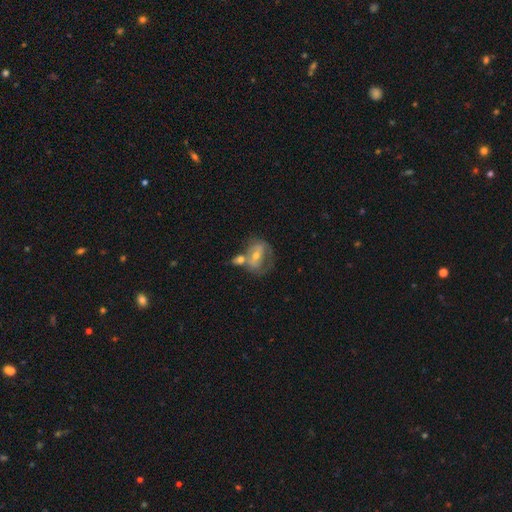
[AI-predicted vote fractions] This is possibly a featured or disk galaxy (56%). It is clearly not viewed edge-on (94%). Bar: marginally no (41%). Spiral arm pattern: possibly no (56%). Central bulge: possibly moderate (59%). Merging: marginally merger (44%).